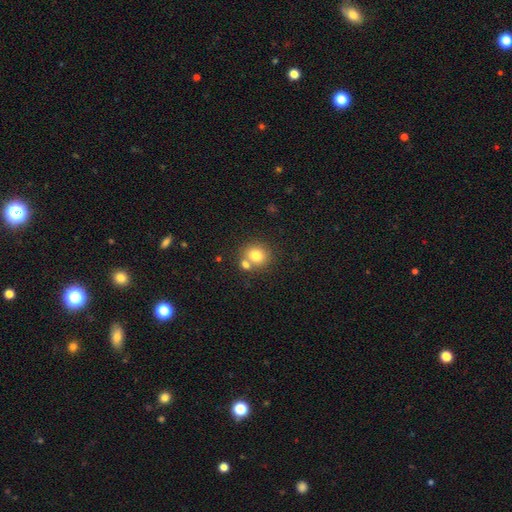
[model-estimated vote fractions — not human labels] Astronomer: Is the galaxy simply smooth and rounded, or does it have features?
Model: smooth — 78%.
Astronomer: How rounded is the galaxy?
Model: round — 82%.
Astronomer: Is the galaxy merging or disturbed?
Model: none — 61%.